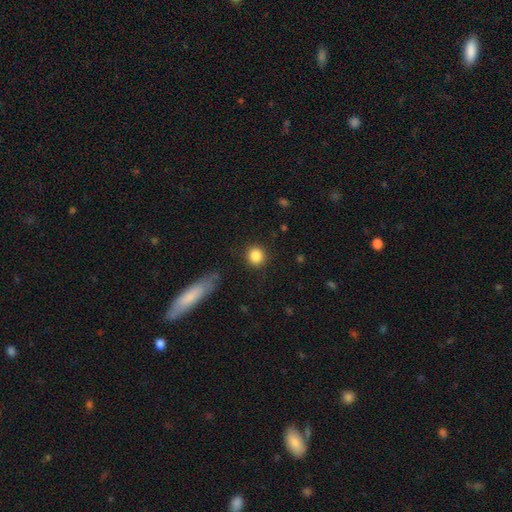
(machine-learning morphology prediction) Overall: smooth (86%). How rounded: round (90%). Merging: none (87%).